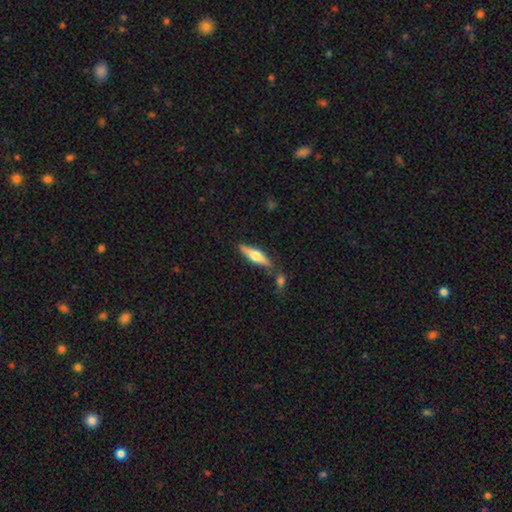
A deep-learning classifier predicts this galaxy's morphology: Overall: smooth (51%; featured or disk 44%). How rounded: cigar-shaped (68%; in between 30%). Merging: none (74%).